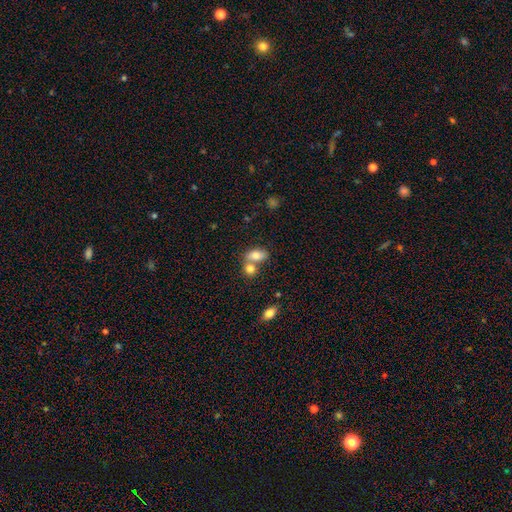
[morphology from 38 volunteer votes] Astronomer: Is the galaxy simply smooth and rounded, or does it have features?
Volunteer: smooth — 89%.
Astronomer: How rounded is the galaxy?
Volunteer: in between — 97%.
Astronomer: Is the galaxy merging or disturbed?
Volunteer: none — 51%.